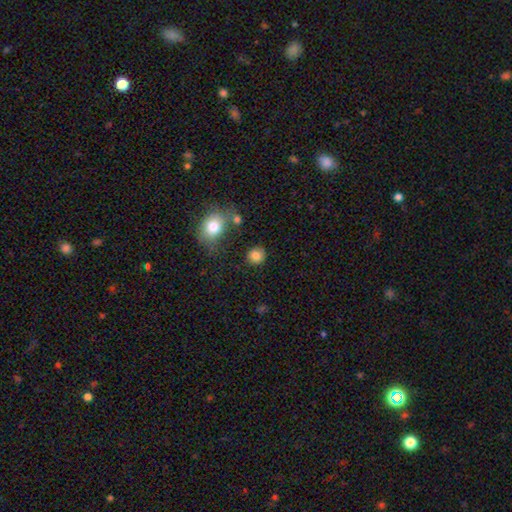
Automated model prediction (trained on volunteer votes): A smooth galaxy with no disk features (83%) that is round (81%).

Vote fractions:
- Smooth or featured? smooth: 83% / star or artifact: 10% / featured or disk: 7%
- How rounded? round: 81% / in between: 18% / cigar-shaped: 1%
- Merging? none: 84% / minor disturbance: 9% / merger: 3% / major disturbance: 3%